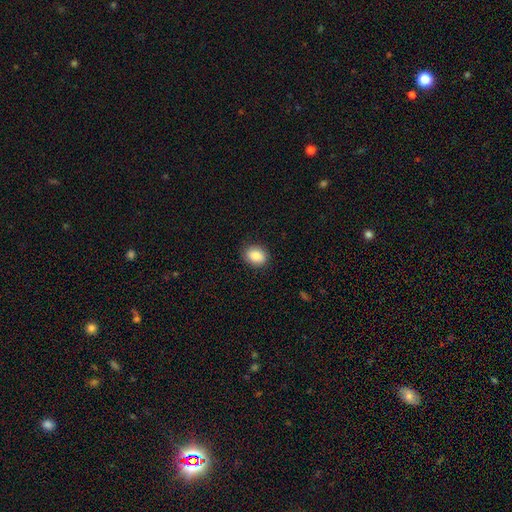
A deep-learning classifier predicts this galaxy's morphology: smooth 86%, star or artifact 8%, featured or disk 6%. Down the decision tree: how rounded — in between (59%); merging — none (87%).